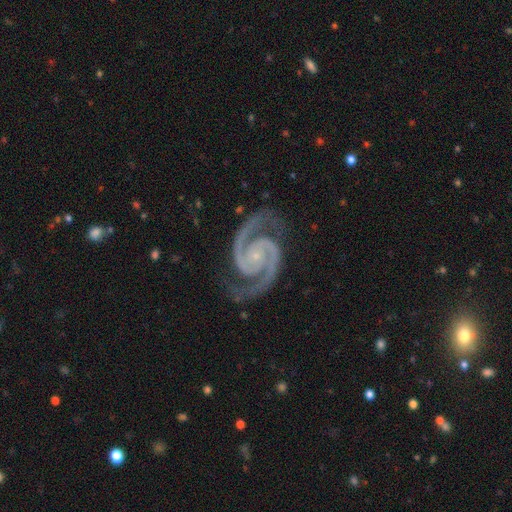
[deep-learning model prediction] smooth-or-featured: featured or disk: 95% | star or artifact: 3% | smooth: 2%
  disk-edge-on: no: 98% | yes: 2%
    bar: no: 71% | weak: 19% | strong: 10%
    has-spiral-arms: yes: 99% | no: 1%
      spiral-winding: medium: 48% | tight: 47% | loose: 5%
      spiral-arm-count: 2: 94% | 3: 1% | can't tell: 1% | 1: 1% | 4: 1% | more than 4: 1%
    bulge-size: small: 83% | moderate: 9% | none: 5% | large: 1% | dominant: 1%
  merging: none: 82% | minor disturbance: 13% | major disturbance: 4% | merger: 1%